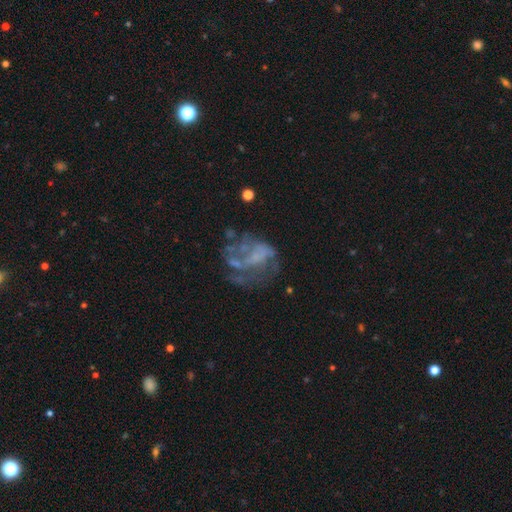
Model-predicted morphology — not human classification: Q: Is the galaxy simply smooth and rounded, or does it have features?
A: featured or disk — 65%.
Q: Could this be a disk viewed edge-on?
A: no — 98%.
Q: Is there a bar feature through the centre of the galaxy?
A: no — 77%.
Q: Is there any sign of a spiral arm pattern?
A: no — 67%.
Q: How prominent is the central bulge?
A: none — 71%.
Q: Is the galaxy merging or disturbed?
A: none — 40%.